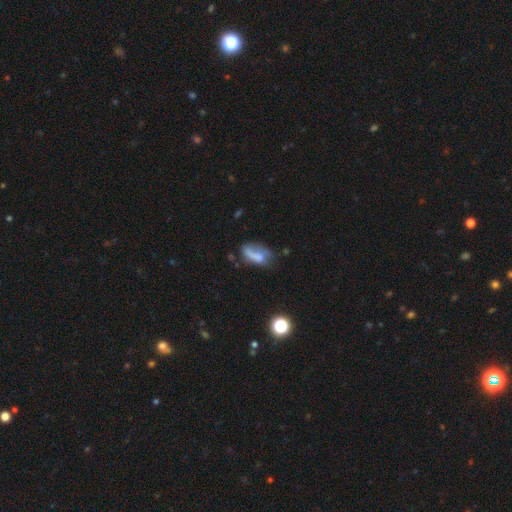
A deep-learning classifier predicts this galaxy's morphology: smooth 59%, featured or disk 30%, star or artifact 11%. Down the decision tree: how rounded — in between (84%); merging — none (36%).